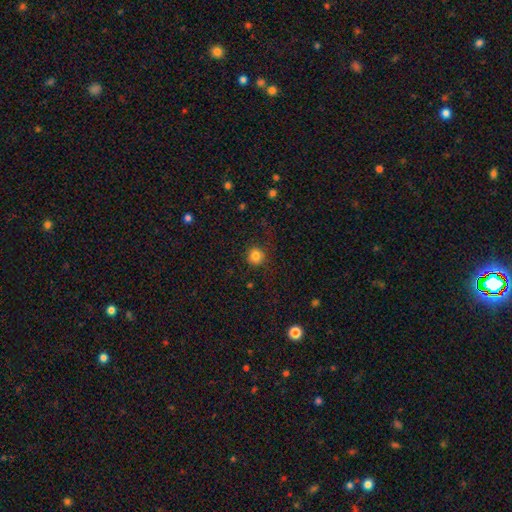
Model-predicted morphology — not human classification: Smooth or featured? smooth (83%)
How rounded? round (92%)
Merging? none (84%)